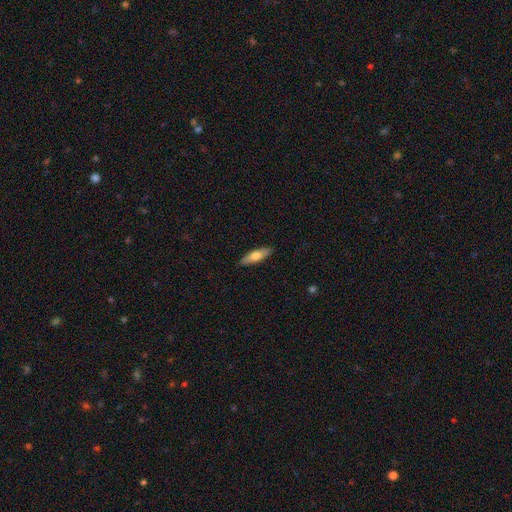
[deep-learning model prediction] This appears to be a smooth galaxy with no disk features (66%) that is cigar-shaped (59%). Merging: none (89%).